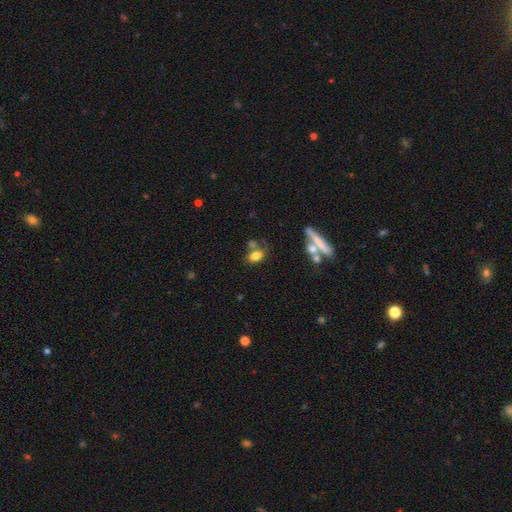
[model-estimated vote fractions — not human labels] smooth-or-featured: smooth: 76% | featured or disk: 13% | star or artifact: 11%
  how-rounded: in between: 81% | round: 13% | cigar-shaped: 6%
  merging: none: 51% | merger: 26% | minor disturbance: 16% | major disturbance: 7%